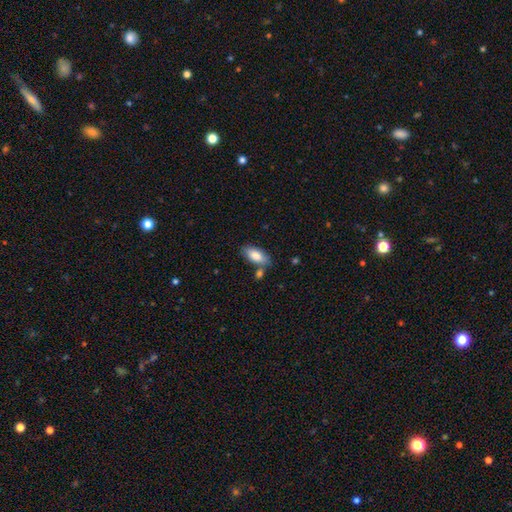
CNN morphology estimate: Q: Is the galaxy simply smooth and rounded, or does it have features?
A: smooth — 84%.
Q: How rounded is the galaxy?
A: in between — 88%.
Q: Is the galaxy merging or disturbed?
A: none — 71%.